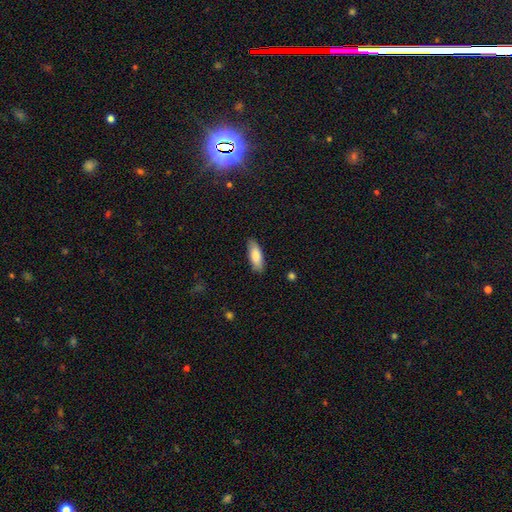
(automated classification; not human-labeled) smooth_or_featured: smooth (p=0.84) [alt: featured or disk p=0.10]
how_rounded: in between (p=0.68) [alt: cigar-shaped p=0.30]
merging: none (p=0.86) [alt: minor disturbance p=0.11]